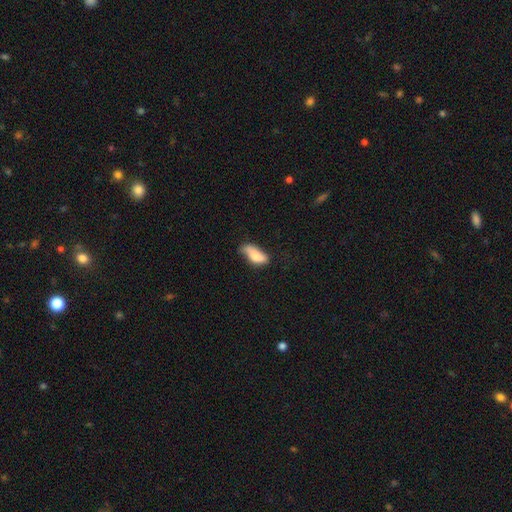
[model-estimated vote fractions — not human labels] Overall: smooth (77%). How rounded: in between (81%). Merging: none (40%; minor disturbance 39%).